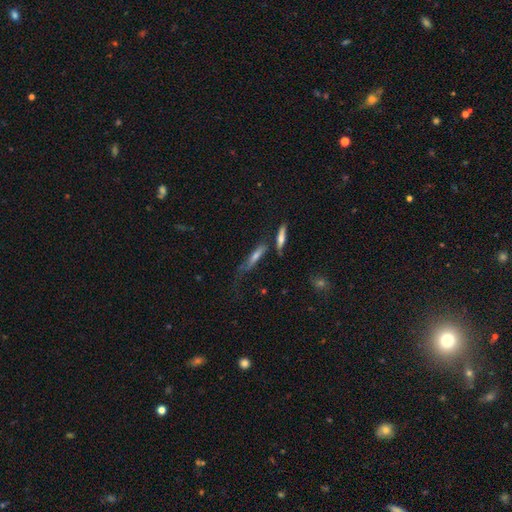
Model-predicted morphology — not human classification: featured or disk 50%, smooth 34%, star or artifact 16%. Down the decision tree: edge-on disk — yes (76%); merging — none (47%).